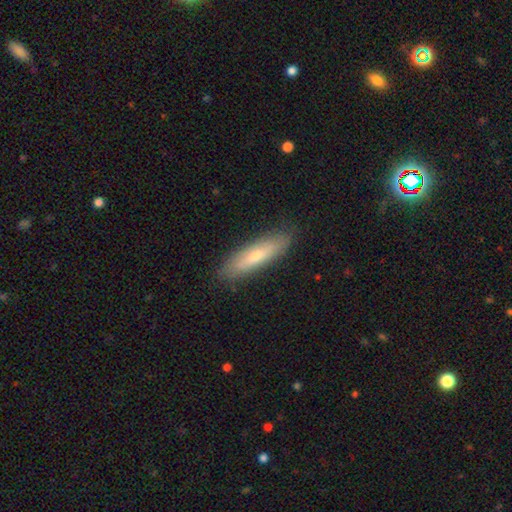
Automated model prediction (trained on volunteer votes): A smooth galaxy with no disk features (62%) that is cigar-shaped (69%).

Vote fractions:
- Smooth or featured? smooth: 62% / featured or disk: 32% / star or artifact: 6%
- How rounded? cigar-shaped: 69% / in between: 30% / round: 2%
- Merging? none: 86% / minor disturbance: 11% / major disturbance: 2% / merger: 1%